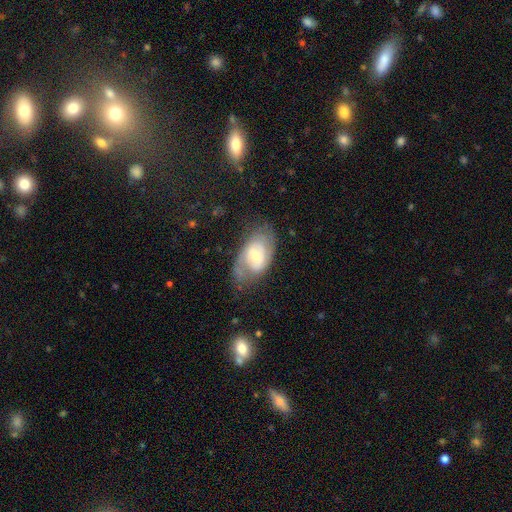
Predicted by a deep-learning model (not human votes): A featured or disk galaxy (64%) with a weak bar (48%), spiral arms (78%) and a moderate central bulge (50%). Merging: none (57%).